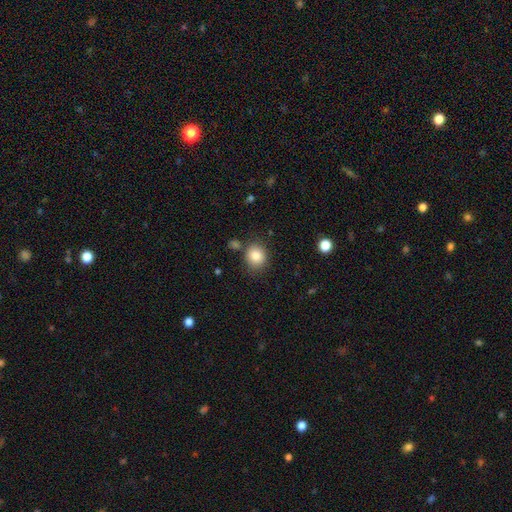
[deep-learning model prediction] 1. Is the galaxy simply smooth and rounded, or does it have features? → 84% smooth, 10% star or artifact, 6% featured or disk.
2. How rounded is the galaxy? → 77% round, 22% in between, 1% cigar-shaped.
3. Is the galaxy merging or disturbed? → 79% none, 12% minor disturbance, 6% merger, 3% major disturbance.